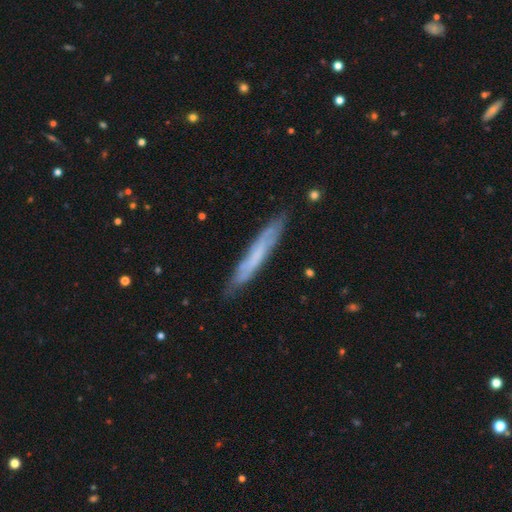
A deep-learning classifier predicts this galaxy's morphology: This is possibly a featured or disk galaxy (47%). Merging: clearly none (82%).